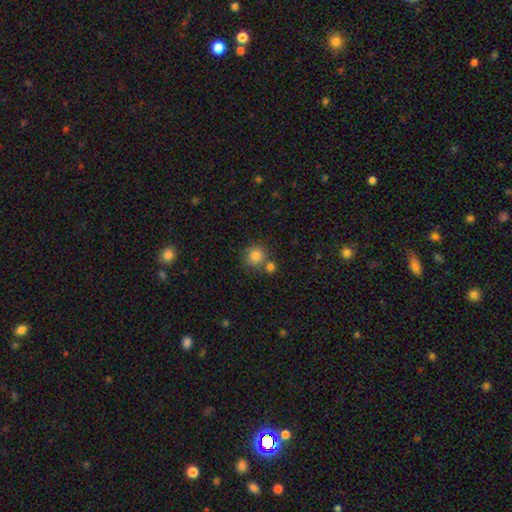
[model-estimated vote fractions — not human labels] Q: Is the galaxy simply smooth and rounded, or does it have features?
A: smooth — 83%.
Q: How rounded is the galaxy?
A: round — 91%.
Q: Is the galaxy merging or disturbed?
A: none — 66%.